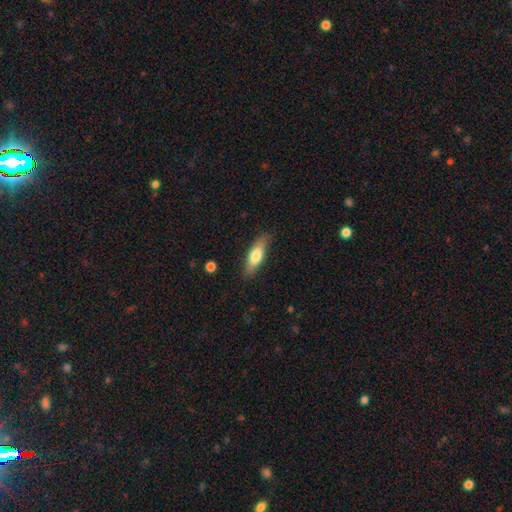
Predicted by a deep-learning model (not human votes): Overall: smooth (67%). How rounded: cigar-shaped (50%; in between 47%). Merging: none (83%).